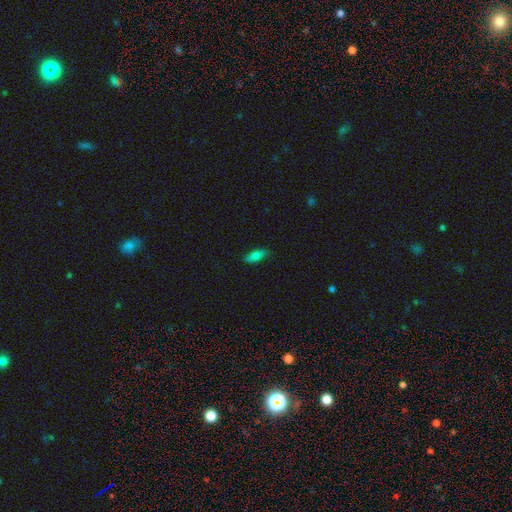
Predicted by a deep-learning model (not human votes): Smooth or featured? smooth (76%)
How rounded? in between (72%)
Merging? none (86%)